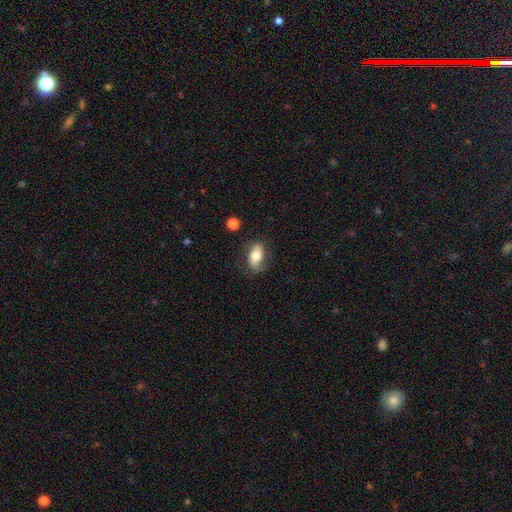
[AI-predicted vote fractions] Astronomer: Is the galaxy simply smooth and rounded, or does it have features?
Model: smooth — 60%.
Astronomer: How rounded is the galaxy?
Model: in between — 87%.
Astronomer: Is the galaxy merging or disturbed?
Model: none — 67%.